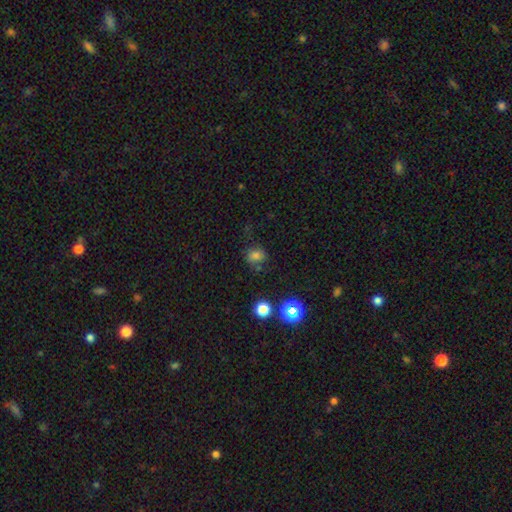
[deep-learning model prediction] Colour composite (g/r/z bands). It shows a smooth galaxy with no disk features (73%) that is round (68%). Merging: none (70%).